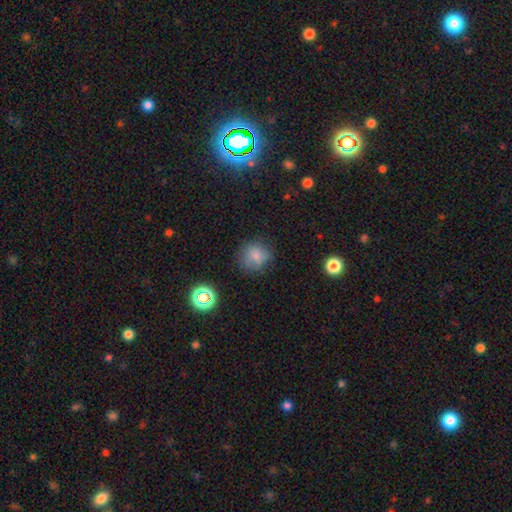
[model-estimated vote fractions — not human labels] smooth 72%, star or artifact 16%, featured or disk 12%. Down the decision tree: how rounded — round (83%); merging — none (70%).